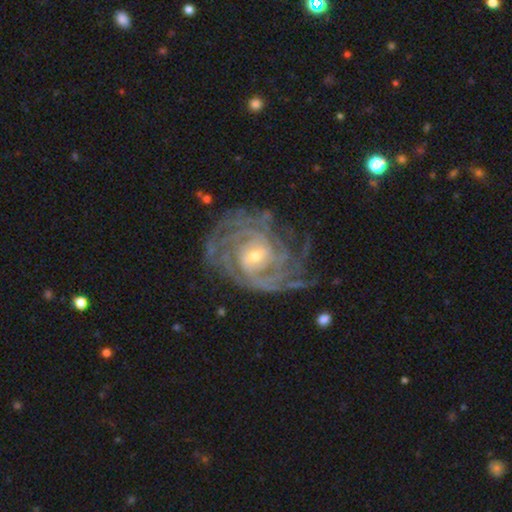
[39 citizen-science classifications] Smooth or featured? 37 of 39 (95%) said featured or disk. Edge-on disk? 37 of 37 (100%) said no. Bar? 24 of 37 (65%) said weak. Spiral arms? 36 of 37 (97%) said yes. Spiral winding? 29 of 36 (81%) said tight. Spiral arm count? 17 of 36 (47%) said more than 4. Bulge size? 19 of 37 (51%) said small. Merging? 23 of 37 (62%) said none.